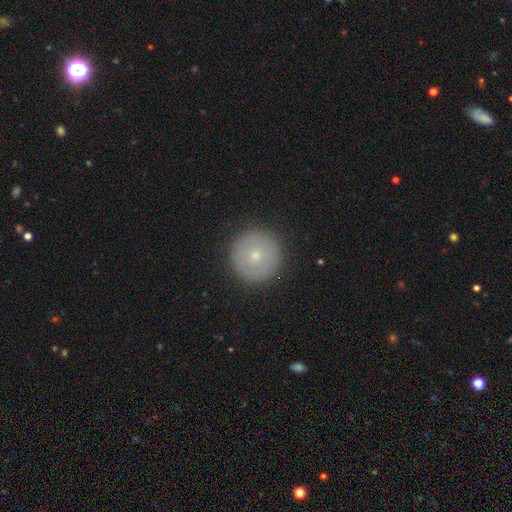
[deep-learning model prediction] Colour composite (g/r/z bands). It shows a smooth galaxy with no disk features (65%) that is round (96%). Merging: none (91%).